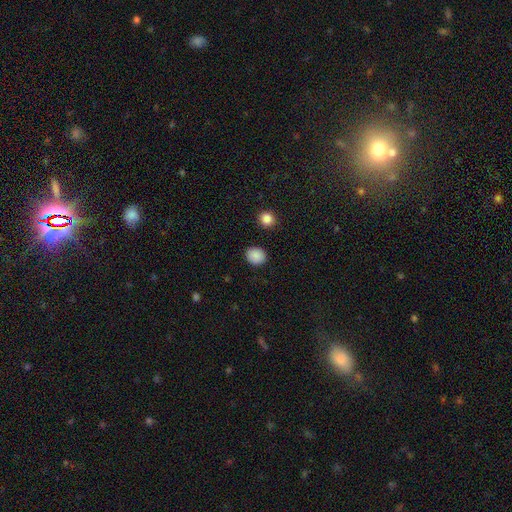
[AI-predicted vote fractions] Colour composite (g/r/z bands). It shows a smooth galaxy with no disk features (88%) that is round (73%). Merging: none (90%).